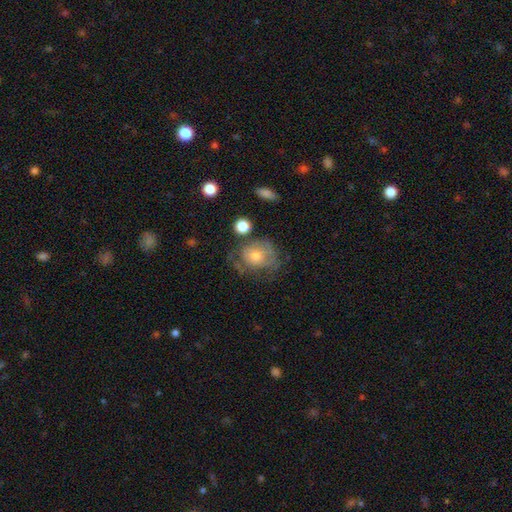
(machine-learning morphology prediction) Q: Smooth or featured?
A: smooth (46%); runner-up: featured or disk (45%)
Q: Merging?
A: none (46%); runner-up: minor disturbance (25%)